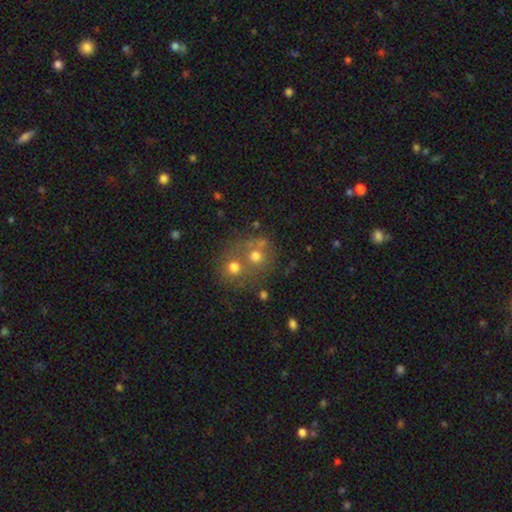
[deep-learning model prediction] Q: Smooth or featured?
A: smooth (64%); runner-up: featured or disk (19%)
Q: How rounded?
A: round (84%); runner-up: in between (15%)
Q: Merging?
A: merger (44%); runner-up: none (42%)